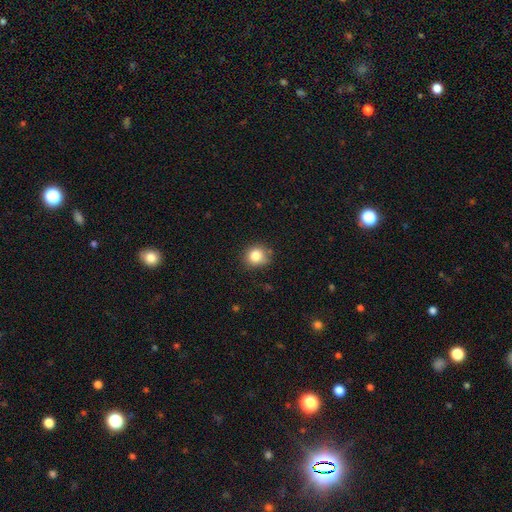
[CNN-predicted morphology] smooth-or-featured: smooth: 83% | star or artifact: 11% | featured or disk: 7%
  how-rounded: round: 82% | in between: 17% | cigar-shaped: 1%
  merging: none: 78% | minor disturbance: 16% | major disturbance: 3% | merger: 2%